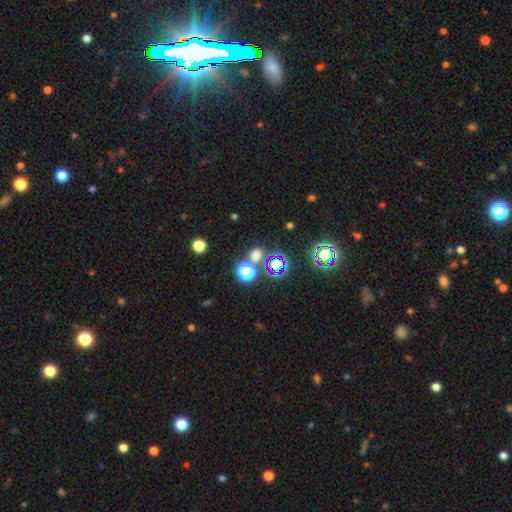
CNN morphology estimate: Smooth or featured? Predicted: smooth (p=0.54). How rounded? Predicted: round (p=0.74). Merging? Predicted: none (p=0.68).